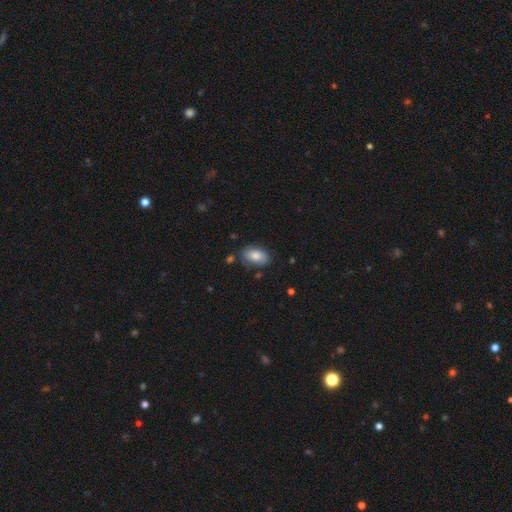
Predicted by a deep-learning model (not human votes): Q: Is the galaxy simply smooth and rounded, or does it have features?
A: smooth — 78%.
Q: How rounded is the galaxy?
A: in between — 92%.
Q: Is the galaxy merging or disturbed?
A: none — 72%.